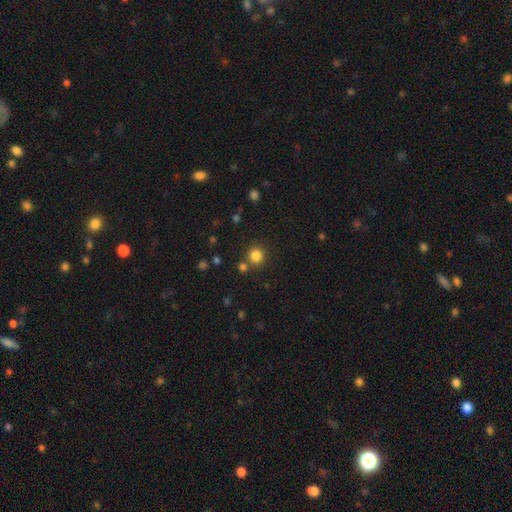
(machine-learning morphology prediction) Smooth or featured?
  - smooth: 82% *
  - star or artifact: 13%
  - featured or disk: 5%
How rounded?
  - round: 92% *
  - in between: 7%
  - cigar-shaped: 1%
Merging?
  - none: 78% *
  - merger: 12%
  - minor disturbance: 7%
  - major disturbance: 3%